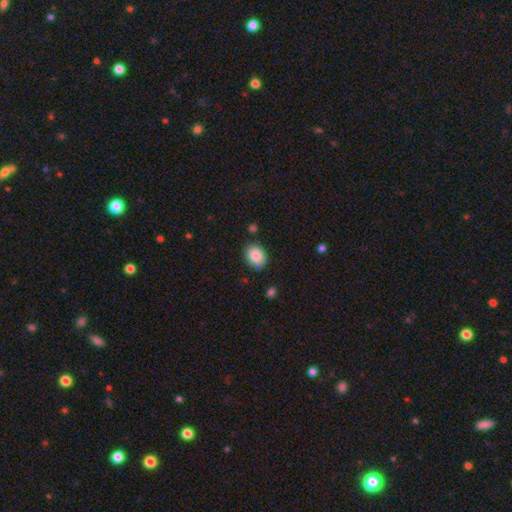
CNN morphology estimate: Q: Smooth or featured?
A: smooth (86%); runner-up: star or artifact (8%)
Q: How rounded?
A: in between (61%); runner-up: round (38%)
Q: Merging?
A: none (84%); runner-up: minor disturbance (11%)